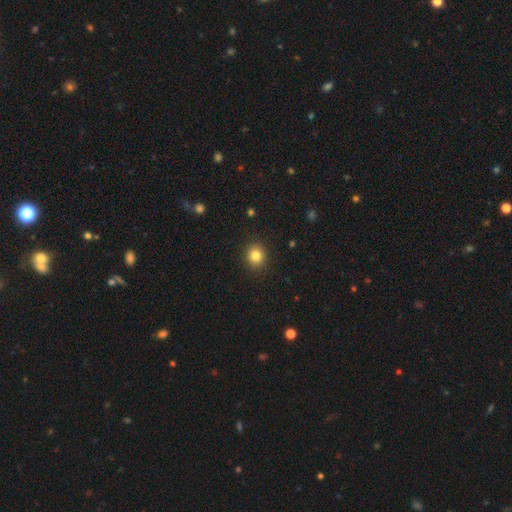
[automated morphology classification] smooth_or_featured: smooth (p=0.83) [alt: star or artifact p=0.11]
how_rounded: round (p=0.84) [alt: in between p=0.16]
merging: none (p=0.91) [alt: minor disturbance p=0.06]